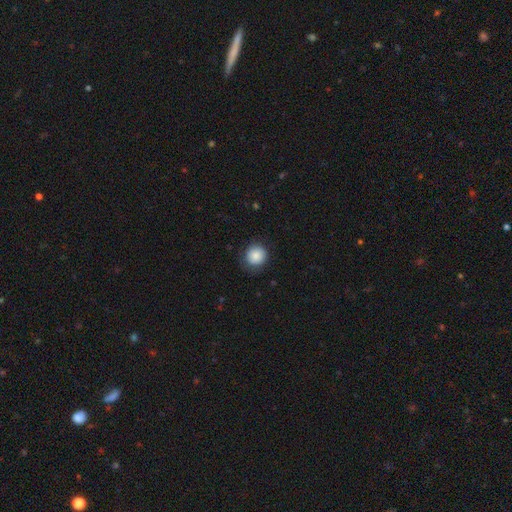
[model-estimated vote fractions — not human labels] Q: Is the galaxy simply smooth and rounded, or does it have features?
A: smooth — 85%.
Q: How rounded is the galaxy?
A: round — 90%.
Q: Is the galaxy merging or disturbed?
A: none — 79%.